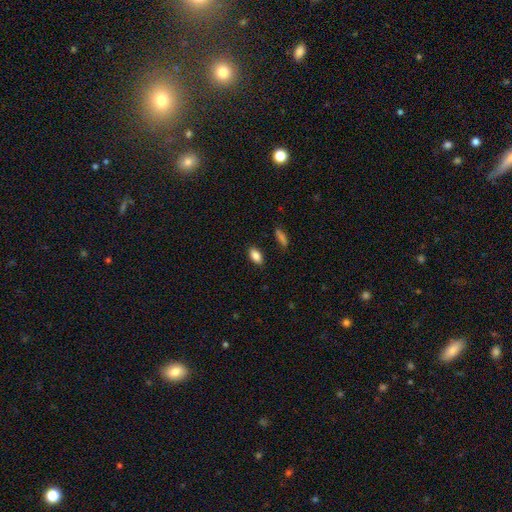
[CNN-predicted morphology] smooth-or-featured: smooth: 86% | star or artifact: 8% | featured or disk: 6%
  how-rounded: in between: 90% | round: 5% | cigar-shaped: 5%
  merging: none: 86% | minor disturbance: 11% | major disturbance: 2% | merger: 1%